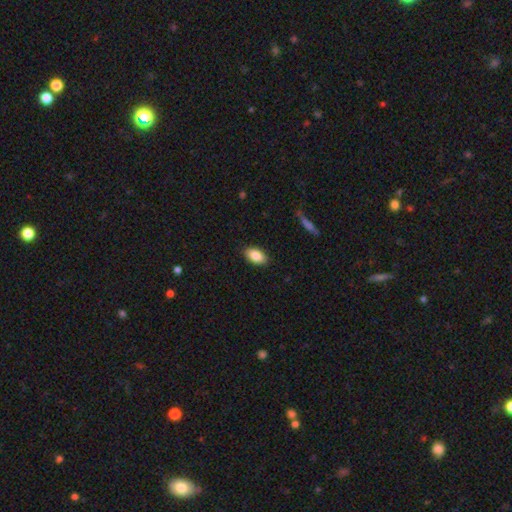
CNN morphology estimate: This appears to be a smooth galaxy with no disk features (86%) that is in between round and cigar-shaped (93%). Merging: none (88%).